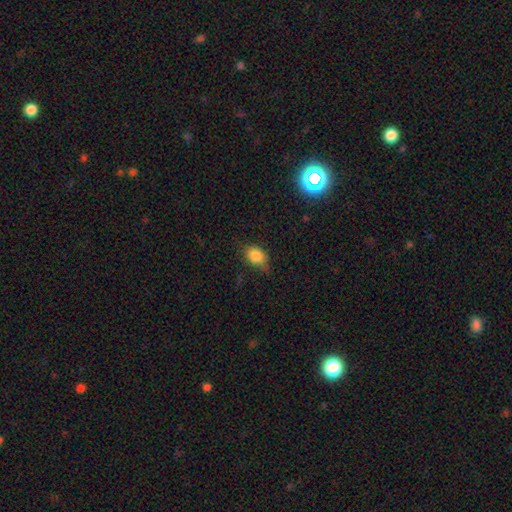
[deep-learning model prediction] The model was most divided on "merging": none: 67%, minor disturbance: 26%, major disturbance: 6%, merger: 1%. More confident: smooth or featured — smooth (83%); how rounded — in between (73%).